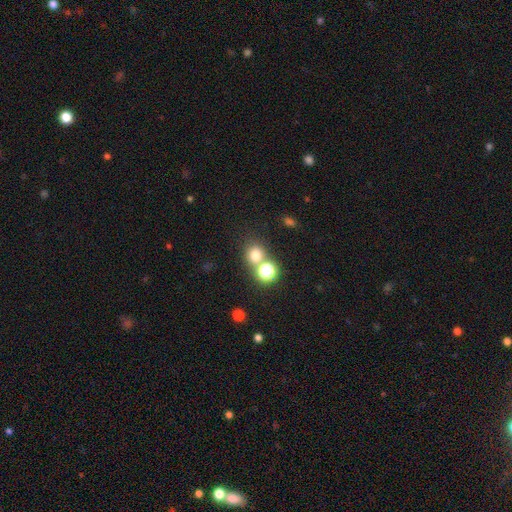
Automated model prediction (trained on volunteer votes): Smooth or featured?
  - smooth: 71% *
  - star or artifact: 21%
  - featured or disk: 8%
How rounded?
  - round: 83% *
  - in between: 16%
  - cigar-shaped: 1%
Merging?
  - none: 60% *
  - merger: 29%
  - minor disturbance: 7%
  - major disturbance: 3%